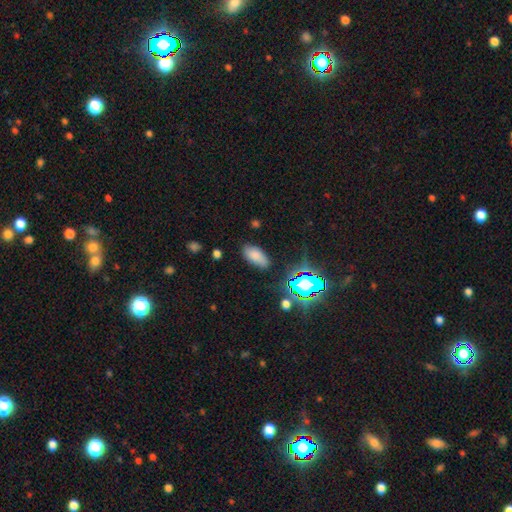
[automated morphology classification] Smooth or featured?
  - smooth: 76% *
  - star or artifact: 15%
  - featured or disk: 9%
How rounded?
  - in between: 91% *
  - cigar-shaped: 5%
  - round: 4%
Merging?
  - none: 78% *
  - minor disturbance: 15%
  - major disturbance: 4%
  - merger: 3%